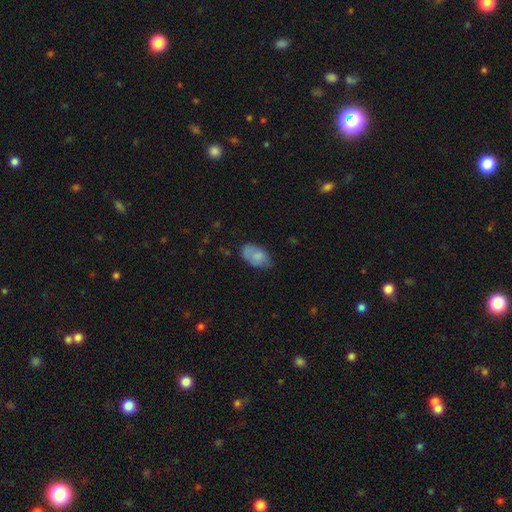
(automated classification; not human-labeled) smooth 77%, featured or disk 15%, star or artifact 8%. Down the decision tree: how rounded — in between (92%); merging — none (58%).